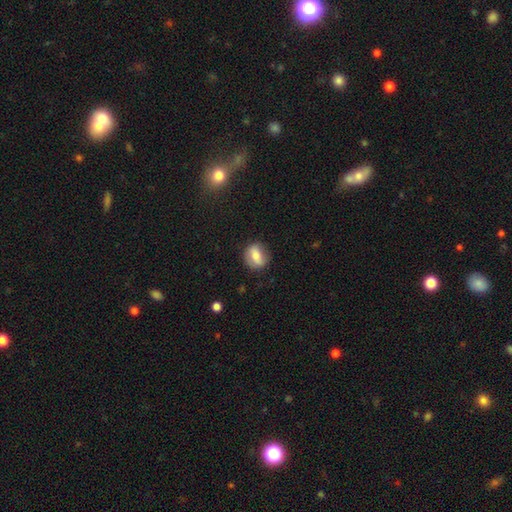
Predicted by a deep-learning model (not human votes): Morphology: type=smooth (63%); roundness=round (58%); merging=none (79%).